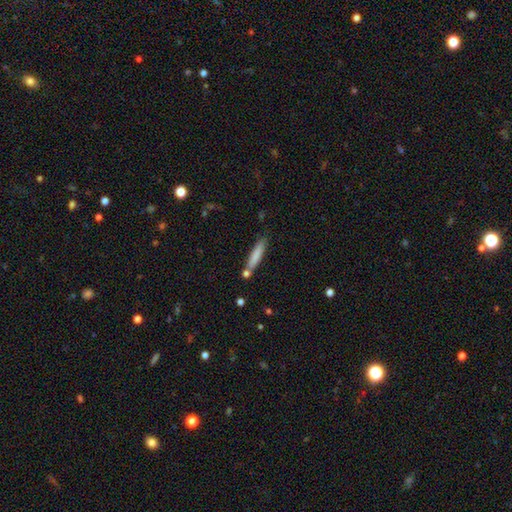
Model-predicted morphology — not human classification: smooth 79%, featured or disk 15%, star or artifact 6%. Down the decision tree: how rounded — cigar-shaped (89%); merging — none (74%).